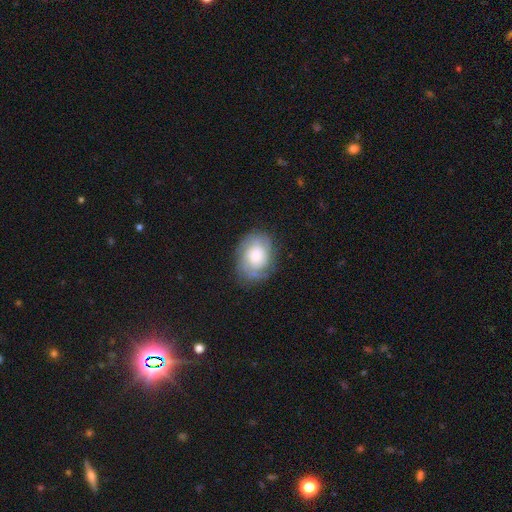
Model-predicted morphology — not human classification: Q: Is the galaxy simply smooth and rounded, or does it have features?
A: featured or disk — 53%.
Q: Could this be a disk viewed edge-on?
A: no — 97%.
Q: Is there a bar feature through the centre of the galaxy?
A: no — 82%.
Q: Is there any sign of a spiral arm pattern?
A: yes — 80%.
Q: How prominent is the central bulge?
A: moderate — 40%.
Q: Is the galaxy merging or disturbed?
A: none — 71%.